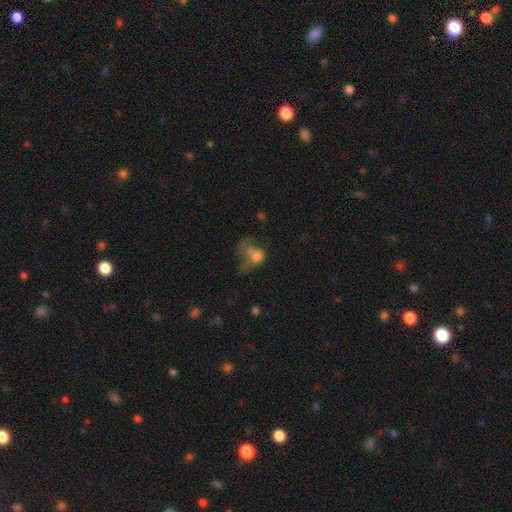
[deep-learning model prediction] This is possibly a smooth galaxy (56%). How rounded: likely in between (62%). Merging: marginally major disturbance (39%).